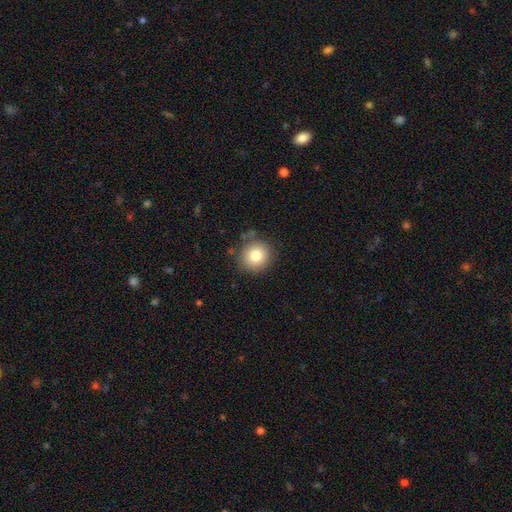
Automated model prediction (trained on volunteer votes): smooth 81%, star or artifact 10%, featured or disk 9%. Down the decision tree: how rounded — round (89%); merging — none (83%).